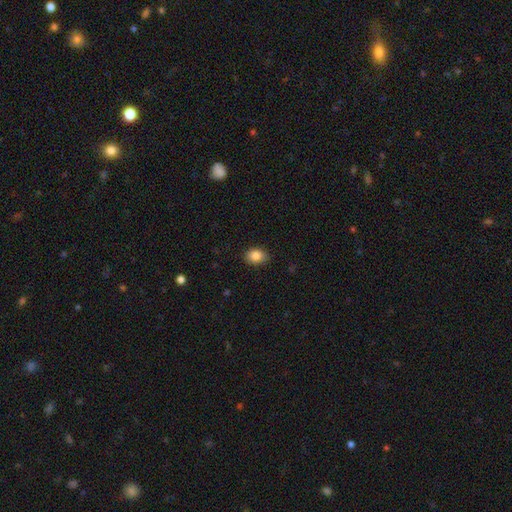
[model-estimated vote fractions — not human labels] Smooth or featured: smooth — 86% (star or artifact — 9%)
How rounded: in between — 64% (round — 35%)
Merging: none — 84% (minor disturbance — 13%)